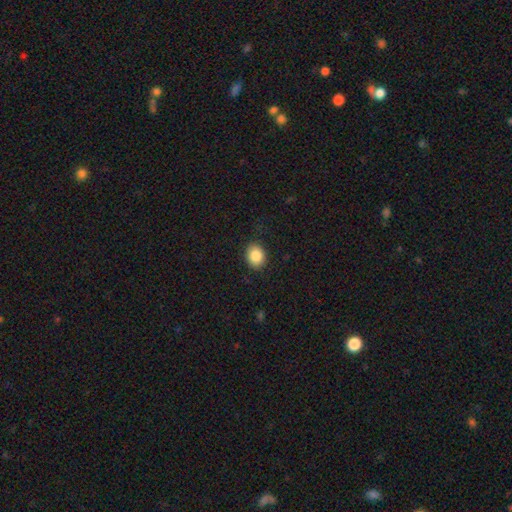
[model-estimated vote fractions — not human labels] smooth_or_featured: smooth (p=0.86) [alt: star or artifact p=0.09]
how_rounded: in between (p=0.51) [alt: round p=0.48]
merging: none (p=0.87) [alt: minor disturbance p=0.09]